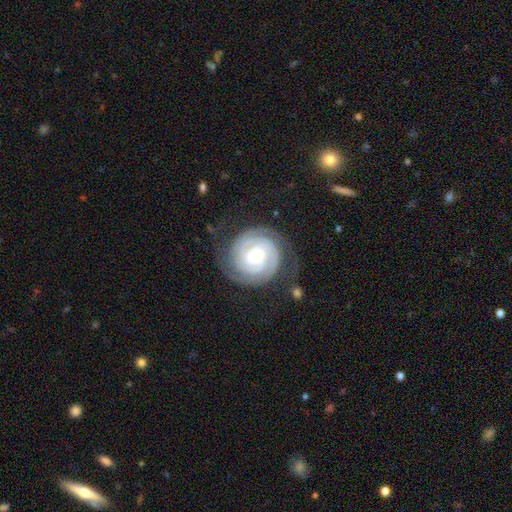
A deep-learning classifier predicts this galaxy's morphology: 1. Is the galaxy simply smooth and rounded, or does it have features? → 87% featured or disk, 8% smooth, 5% star or artifact.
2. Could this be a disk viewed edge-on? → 98% no, 2% yes.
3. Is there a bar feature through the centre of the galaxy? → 45% weak, 38% no, 17% strong.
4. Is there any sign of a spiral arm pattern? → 98% yes, 2% no.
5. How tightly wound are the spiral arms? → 79% tight, 17% medium, 4% loose.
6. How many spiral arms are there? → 63% 2, 14% can't tell, 12% 3, 4% 4, 4% 1, 3% more than 4.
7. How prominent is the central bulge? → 47% small, 46% moderate, 5% large, 1% none, 1% dominant.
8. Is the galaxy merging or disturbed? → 75% none, 15% minor disturbance, 9% major disturbance, 2% merger.